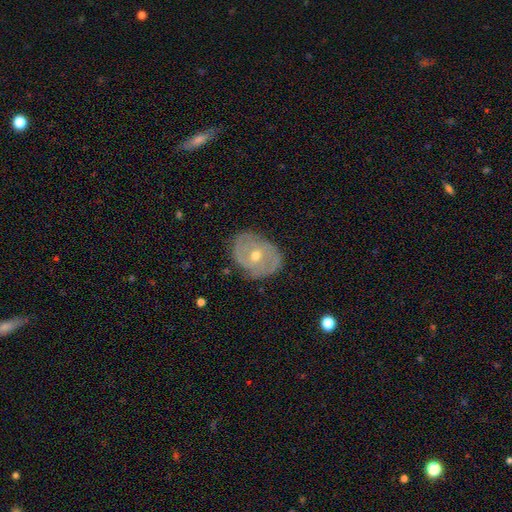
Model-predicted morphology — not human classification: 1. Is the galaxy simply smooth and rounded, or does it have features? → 74% featured or disk, 19% smooth, 7% star or artifact.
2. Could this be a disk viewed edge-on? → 96% no, 4% yes.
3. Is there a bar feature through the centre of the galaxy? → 66% no, 27% weak, 7% strong.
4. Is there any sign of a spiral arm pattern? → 75% yes, 25% no.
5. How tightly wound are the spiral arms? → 56% tight, 32% medium, 12% loose.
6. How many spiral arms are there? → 41% 2, 35% can't tell, 12% 3, 4% 1, 4% 4, 3% more than 4.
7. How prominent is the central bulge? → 62% moderate, 35% small, 2% large, 1% none, 1% dominant.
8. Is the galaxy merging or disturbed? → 75% none, 19% minor disturbance, 5% major disturbance, 1% merger.